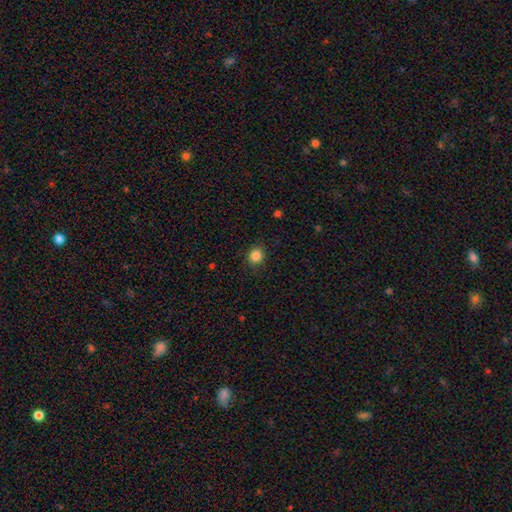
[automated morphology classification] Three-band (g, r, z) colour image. It shows a smooth galaxy with no disk features (86%) that is round (82%). Merging: none (88%).